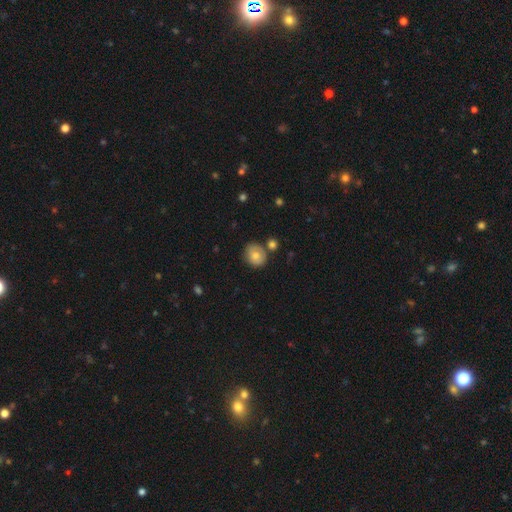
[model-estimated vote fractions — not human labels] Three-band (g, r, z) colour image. It shows a smooth galaxy with no disk features (71%) that is round (72%). Merging: none (72%).